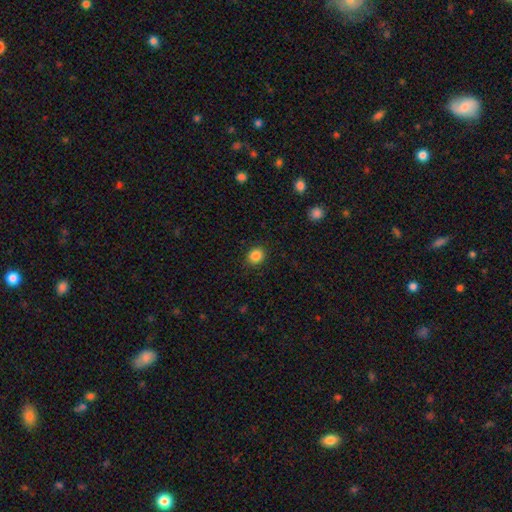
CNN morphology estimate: This appears to be a smooth galaxy with no disk features (87%) that is round (75%). Merging: none (90%).